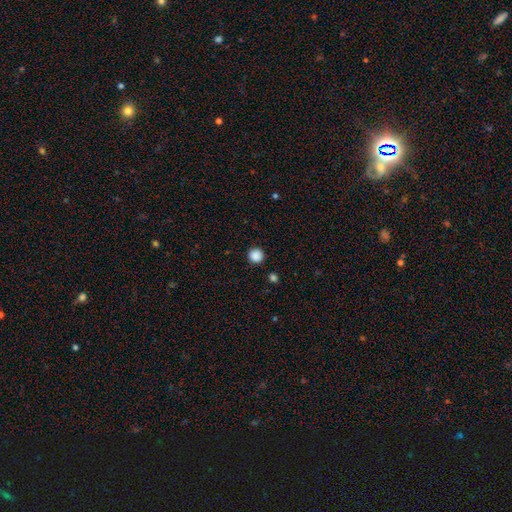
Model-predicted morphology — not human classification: Smooth or featured? smooth (88%)
How rounded? round (94%)
Merging? none (91%)